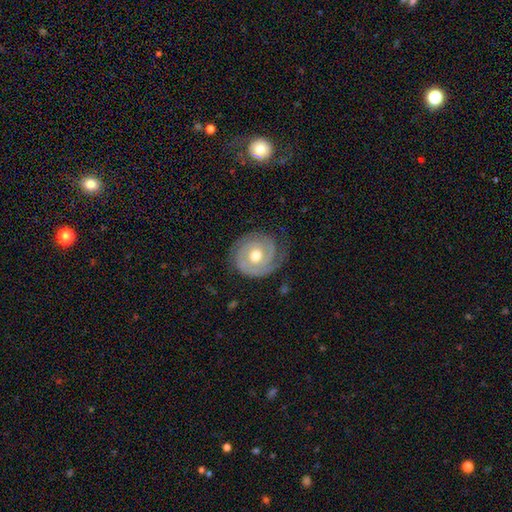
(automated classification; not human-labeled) A featured or disk galaxy (82%) with no bar (69%), 2 (65%) tight (72%) spiral arms (92%) and a moderate central bulge (79%).

Vote fractions:
- Smooth or featured? featured or disk: 82% / smooth: 13% / star or artifact: 5%
- Edge-on disk? no: 97% / yes: 3%
- Bar? no: 69% / weak: 25% / strong: 6%
- Spiral arms? yes: 92% / no: 8%
- Spiral winding? tight: 72% / medium: 22% / loose: 6%
- Spiral arm count? 2: 65% / 1: 16% / can't tell: 11% / 3: 5% / 4: 2% / more than 4: 2%
- Bulge size? moderate: 79% / small: 11% / large: 8% / dominant: 1% / none: 1%
- Merging? none: 75% / minor disturbance: 16% / major disturbance: 7% / merger: 1%